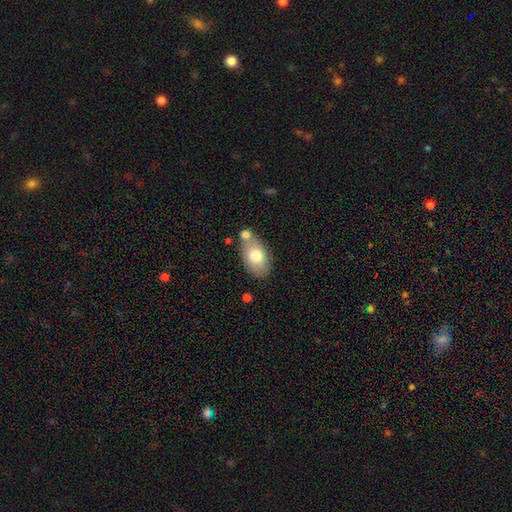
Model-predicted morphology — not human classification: type=smooth (72%); roundness=in between (90%); merging=none (64%).